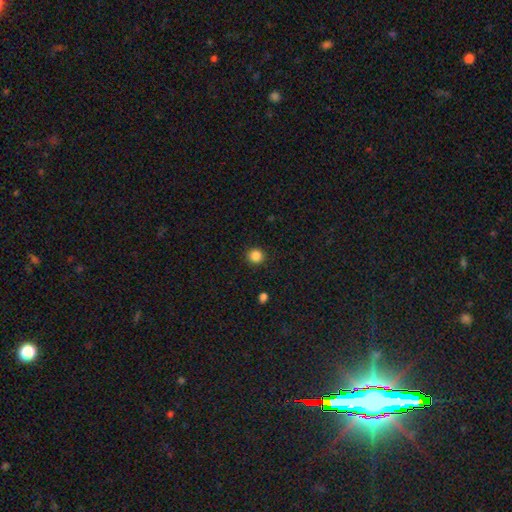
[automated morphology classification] A smooth galaxy with no disk features (86%) that is round (93%).

Vote fractions:
- Smooth or featured? smooth: 86% / star or artifact: 11% / featured or disk: 3%
- How rounded? round: 93% / in between: 6% / cigar-shaped: 1%
- Merging? none: 92% / minor disturbance: 5% / major disturbance: 2% / merger: 1%